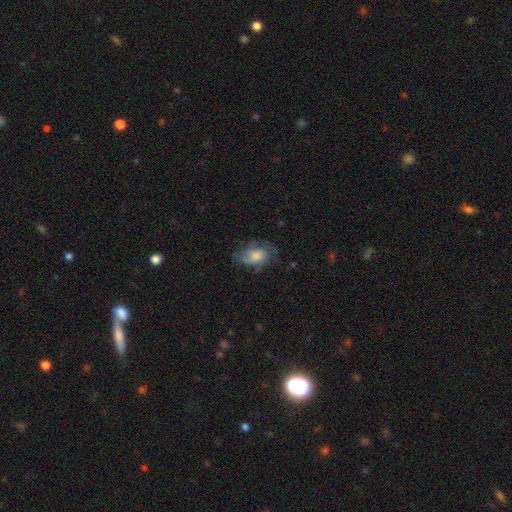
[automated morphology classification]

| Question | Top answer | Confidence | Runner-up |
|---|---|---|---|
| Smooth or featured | smooth | 56% | featured or disk (35%) |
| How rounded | in between | 79% | round (19%) |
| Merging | none | 53% | minor disturbance (27%) |